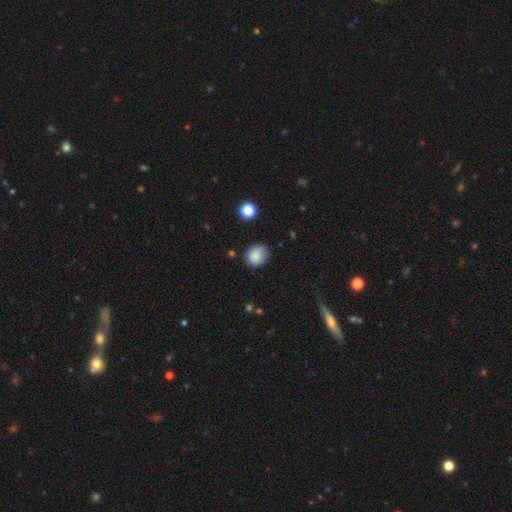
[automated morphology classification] type=smooth (85%); roundness=round (59%); merging=none (75%).